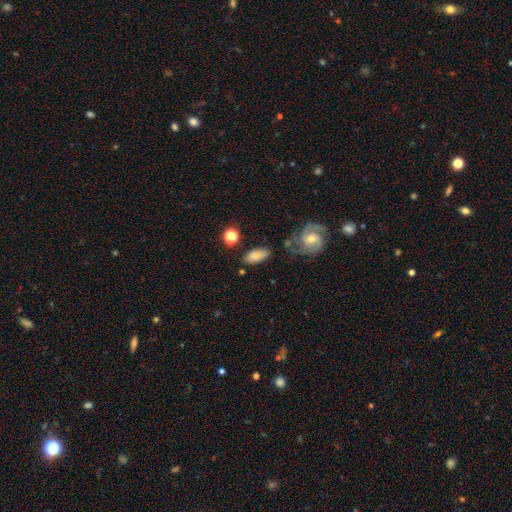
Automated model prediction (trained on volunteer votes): This is likely a smooth galaxy (74%). How rounded: clearly in between (86%). Merging: likely none (74%).